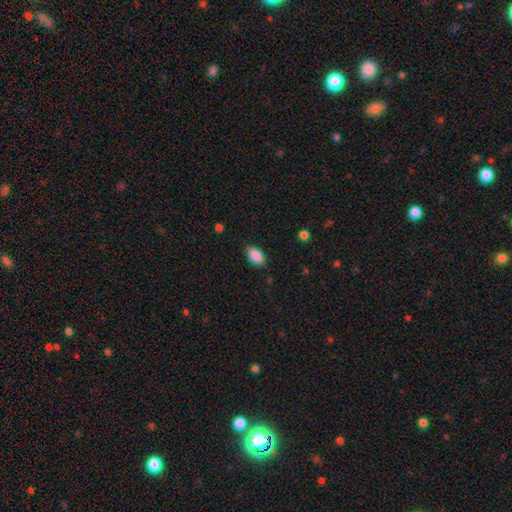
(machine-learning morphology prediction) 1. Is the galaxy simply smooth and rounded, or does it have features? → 89% smooth, 7% star or artifact, 3% featured or disk.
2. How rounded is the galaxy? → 93% in between, 5% round, 2% cigar-shaped.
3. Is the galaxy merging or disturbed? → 87% none, 10% minor disturbance, 2% major disturbance, 1% merger.